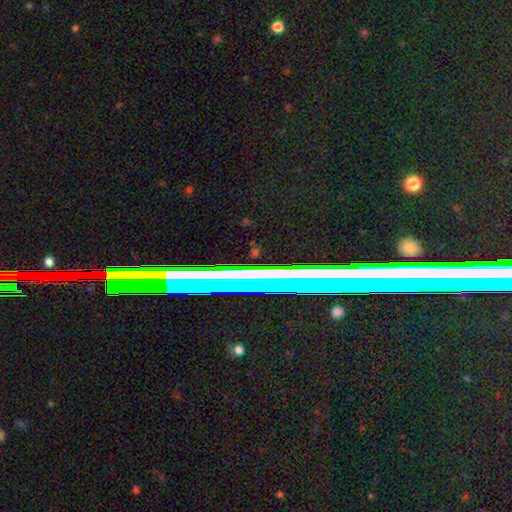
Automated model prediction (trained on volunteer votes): A star or artifact, not a galaxy (73%).

Vote fractions:
- Smooth or featured? star or artifact: 73% / featured or disk: 16% / smooth: 11%